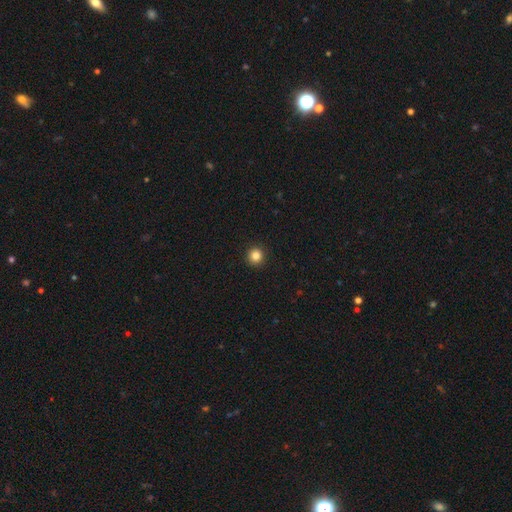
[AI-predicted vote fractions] A smooth galaxy with no disk features (84%) that is round (95%).

Vote fractions:
- Smooth or featured? smooth: 84% / star or artifact: 12% / featured or disk: 4%
- How rounded? round: 95% / in between: 4% / cigar-shaped: 1%
- Merging? none: 94% / minor disturbance: 4% / major disturbance: 1% / merger: 1%